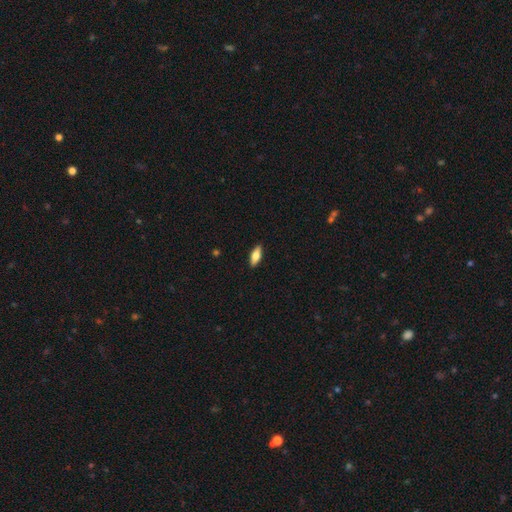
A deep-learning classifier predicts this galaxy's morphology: smooth_or_featured: smooth (p=0.74) [alt: featured or disk p=0.20]
how_rounded: in between (p=0.75) [alt: cigar-shaped p=0.23]
merging: none (p=0.90) [alt: minor disturbance p=0.08]